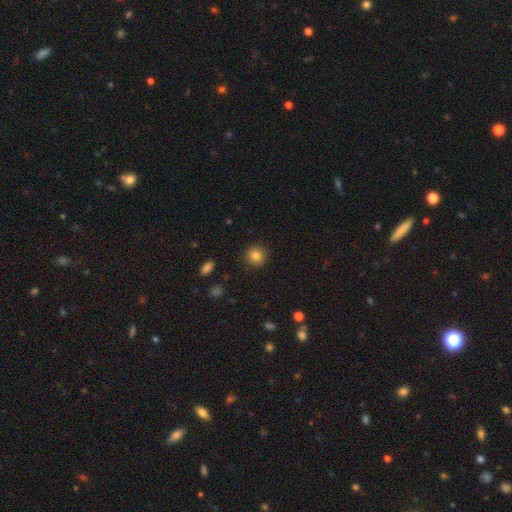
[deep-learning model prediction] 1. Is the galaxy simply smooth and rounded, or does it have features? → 84% smooth, 10% star or artifact, 6% featured or disk.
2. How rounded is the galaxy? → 88% round, 11% in between, 1% cigar-shaped.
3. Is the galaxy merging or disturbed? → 90% none, 7% minor disturbance, 2% major disturbance, 1% merger.